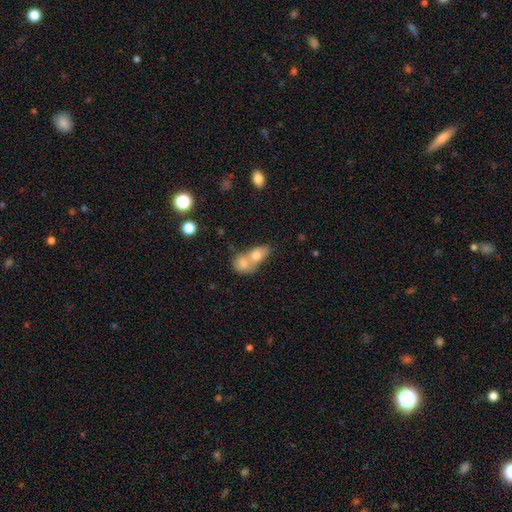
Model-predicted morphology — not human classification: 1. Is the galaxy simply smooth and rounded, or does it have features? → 72% smooth, 18% featured or disk, 10% star or artifact.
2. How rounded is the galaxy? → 70% in between, 26% round, 4% cigar-shaped.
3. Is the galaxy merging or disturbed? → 70% merger, 20% none, 6% minor disturbance, 3% major disturbance.